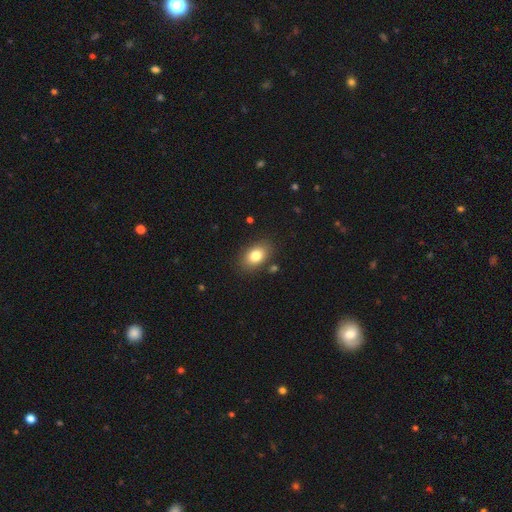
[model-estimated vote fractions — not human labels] The model was most divided on "how rounded": in between: 84%, round: 15%, cigar-shaped: 1%. More confident: merging — none (84%); smooth or featured — smooth (81%).